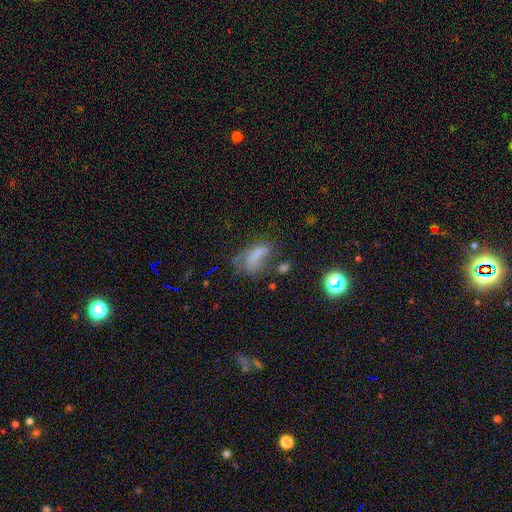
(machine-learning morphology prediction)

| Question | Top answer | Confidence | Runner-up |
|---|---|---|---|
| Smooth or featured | smooth | 51% | featured or disk (30%) |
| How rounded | in between | 72% | cigar-shaped (20%) |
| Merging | major disturbance | 33% | none (32%) |